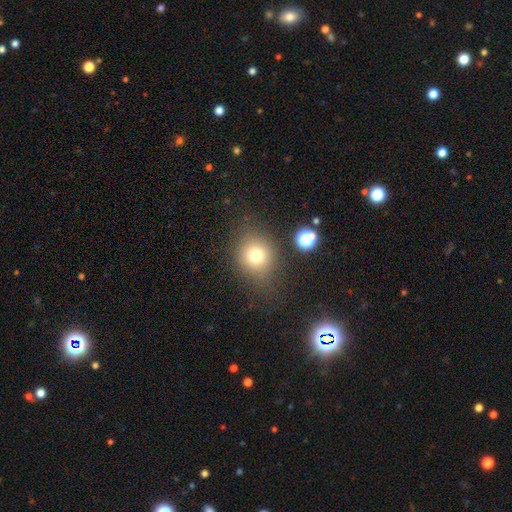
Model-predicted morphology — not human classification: Smooth or featured: smooth — 74% (star or artifact — 16%)
How rounded: round — 78% (in between — 21%)
Merging: none — 77% (minor disturbance — 13%)